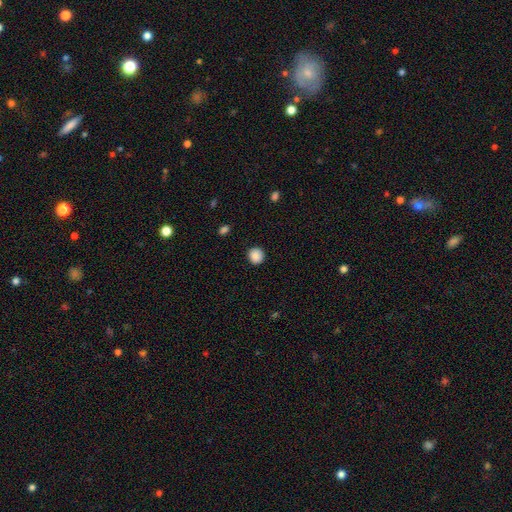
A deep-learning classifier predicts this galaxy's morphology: Q: Smooth or featured?
A: smooth (89%); runner-up: star or artifact (9%)
Q: How rounded?
A: round (90%); runner-up: in between (9%)
Q: Merging?
A: none (91%); runner-up: minor disturbance (6%)